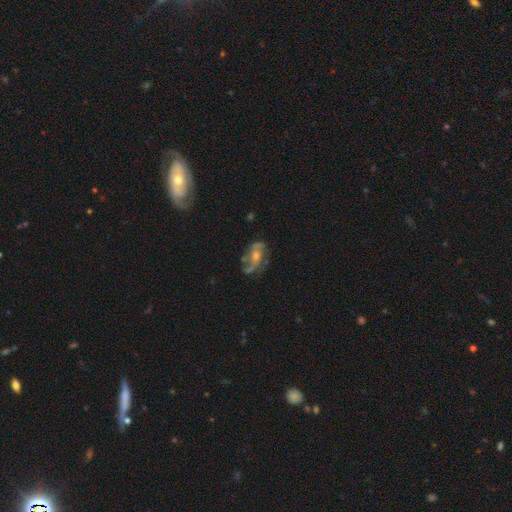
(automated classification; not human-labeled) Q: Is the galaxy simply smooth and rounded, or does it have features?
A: featured or disk — 75%.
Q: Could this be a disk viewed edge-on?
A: no — 94%.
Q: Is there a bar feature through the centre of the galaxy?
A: no — 54%.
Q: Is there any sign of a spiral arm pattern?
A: yes — 87%.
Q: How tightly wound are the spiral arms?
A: medium — 42%.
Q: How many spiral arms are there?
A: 2 — 62%.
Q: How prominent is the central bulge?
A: moderate — 52%.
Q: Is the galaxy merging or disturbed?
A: none — 66%.